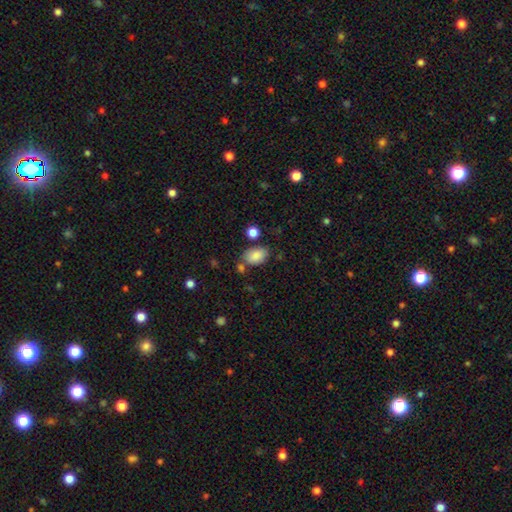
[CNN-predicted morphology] type=smooth (85%); roundness=in between (87%); merging=none (69%).